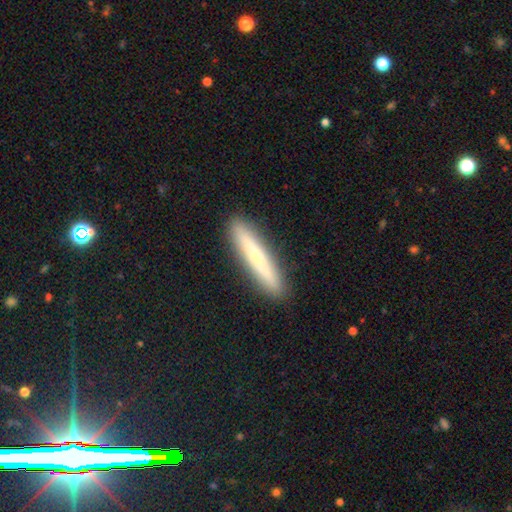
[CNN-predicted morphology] smooth 54%, featured or disk 40%, star or artifact 6%. Down the decision tree: how rounded — cigar-shaped (93%); merging — none (91%).